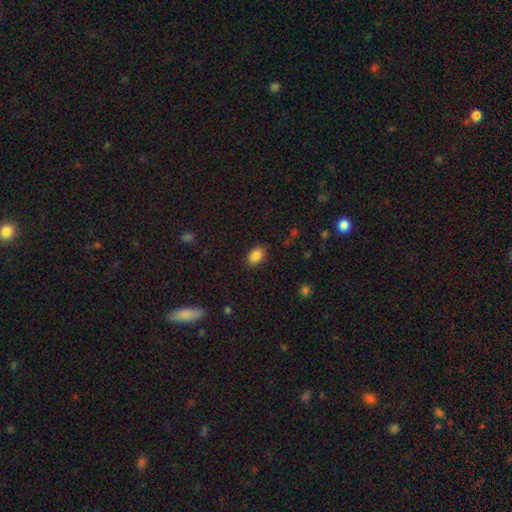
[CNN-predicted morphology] A smooth galaxy with no disk features (86%) that is in between round and cigar-shaped (83%).

Vote fractions:
- Smooth or featured? smooth: 86% / star or artifact: 9% / featured or disk: 5%
- How rounded? in between: 83% / round: 16% / cigar-shaped: 1%
- Merging? none: 85% / minor disturbance: 11% / major disturbance: 3% / merger: 1%